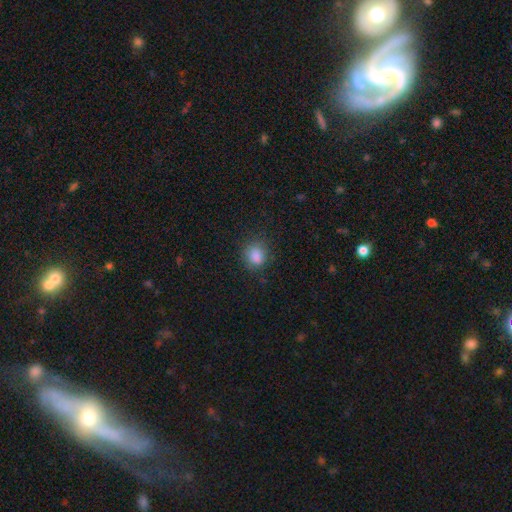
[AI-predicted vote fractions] smooth-or-featured: smooth: 85% | star or artifact: 11% | featured or disk: 4%
  how-rounded: round: 67% | in between: 32% | cigar-shaped: 1%
  merging: none: 78% | minor disturbance: 16% | major disturbance: 5% | merger: 1%